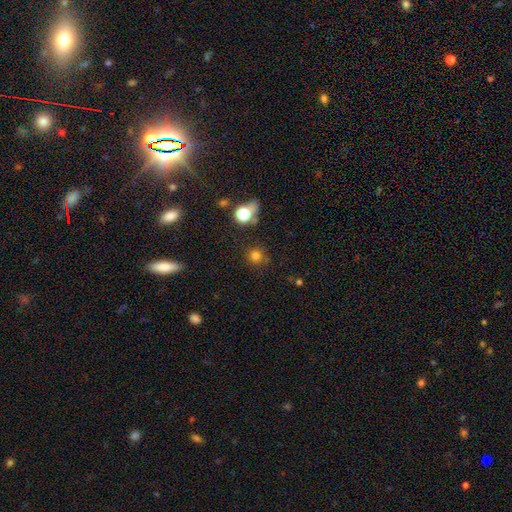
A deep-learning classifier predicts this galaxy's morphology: A smooth galaxy with no disk features (75%) that is round (91%). Merging: none (81%).